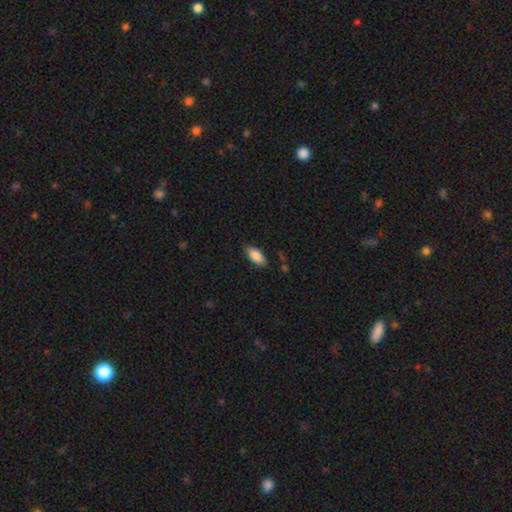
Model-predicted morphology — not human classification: Q: Smooth or featured?
A: smooth (85%); runner-up: featured or disk (8%)
Q: How rounded?
A: in between (89%); runner-up: cigar-shaped (9%)
Q: Merging?
A: none (82%); runner-up: minor disturbance (14%)